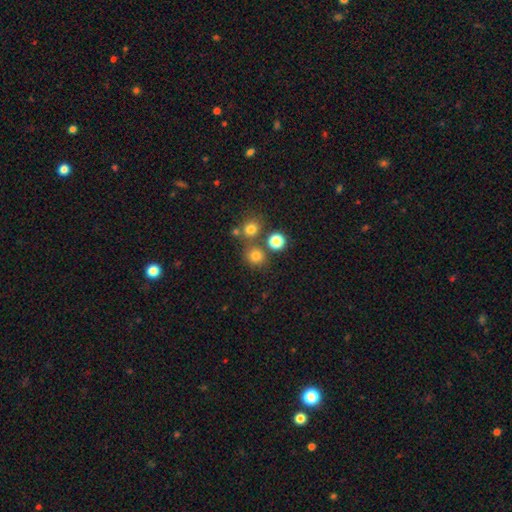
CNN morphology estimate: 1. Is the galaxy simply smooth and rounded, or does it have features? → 75% smooth, 18% star or artifact, 7% featured or disk.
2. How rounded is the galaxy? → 87% round, 12% in between, 1% cigar-shaped.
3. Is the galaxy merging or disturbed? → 72% none, 16% merger, 8% minor disturbance, 3% major disturbance.